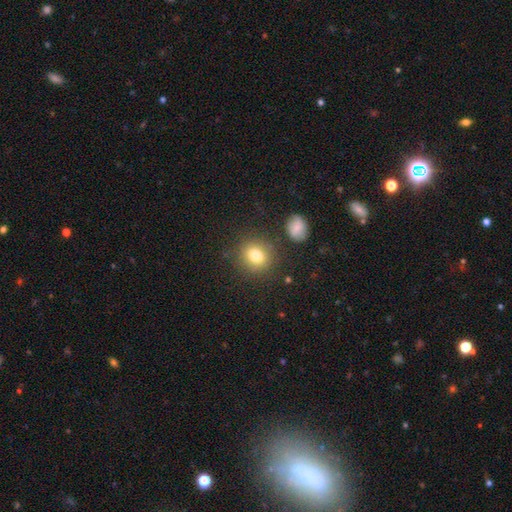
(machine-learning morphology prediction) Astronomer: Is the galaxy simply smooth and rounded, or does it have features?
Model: smooth — 79%.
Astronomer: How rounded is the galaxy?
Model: round — 78%.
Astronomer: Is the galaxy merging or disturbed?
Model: none — 84%.